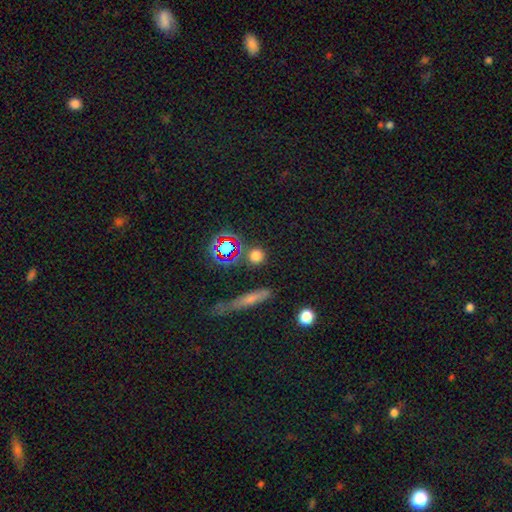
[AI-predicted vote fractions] Q: Smooth or featured?
A: smooth (69%); runner-up: star or artifact (23%)
Q: How rounded?
A: round (87%); runner-up: in between (9%)
Q: Merging?
A: none (83%); runner-up: minor disturbance (9%)